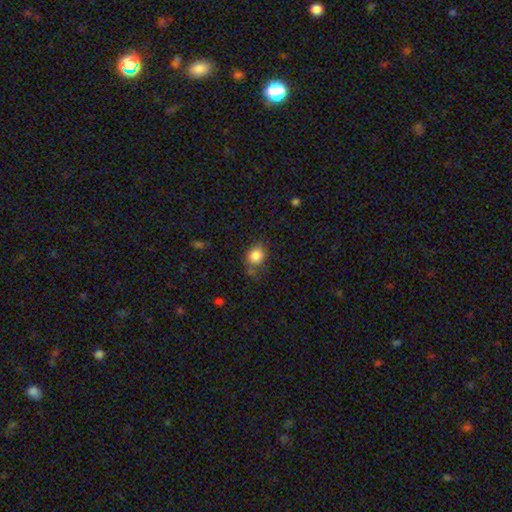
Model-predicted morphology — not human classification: Smooth or featured?
  - smooth: 85% *
  - star or artifact: 10%
  - featured or disk: 5%
How rounded?
  - round: 63% *
  - in between: 36%
  - cigar-shaped: 1%
Merging?
  - none: 67% *
  - minor disturbance: 22%
  - major disturbance: 7%
  - merger: 4%